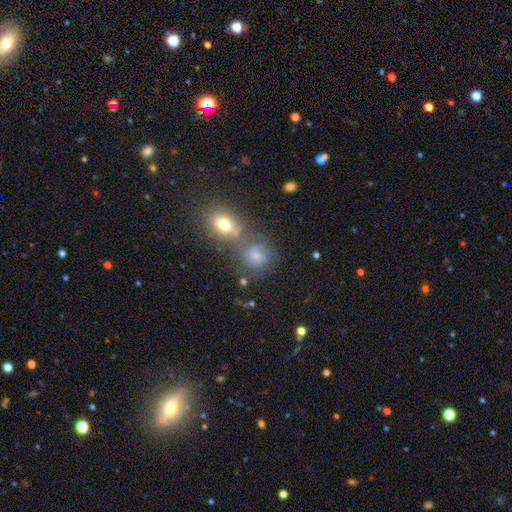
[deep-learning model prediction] smooth 49%, featured or disk 33%, star or artifact 18%. Down the decision tree: merging — none (49%).